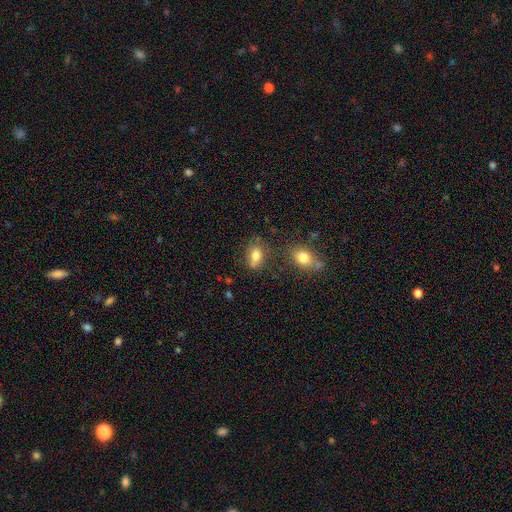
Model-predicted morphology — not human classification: Q: Smooth or featured?
A: smooth (77%); runner-up: star or artifact (11%)
Q: How rounded?
A: in between (77%); runner-up: round (19%)
Q: Merging?
A: none (57%); runner-up: minor disturbance (22%)